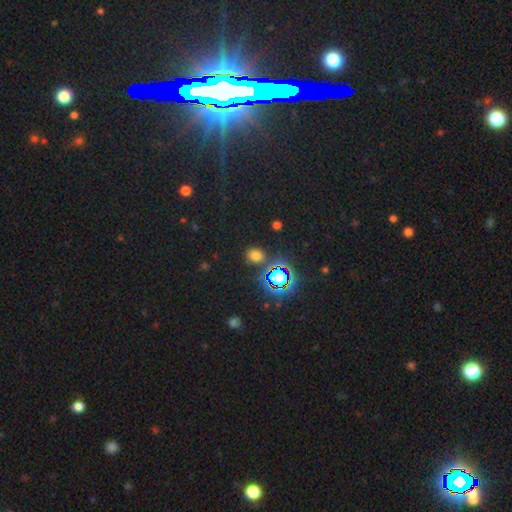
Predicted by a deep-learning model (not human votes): Overall: smooth (62%; star or artifact 32%). How rounded: round (54%; in between 44%). Merging: none (83%).